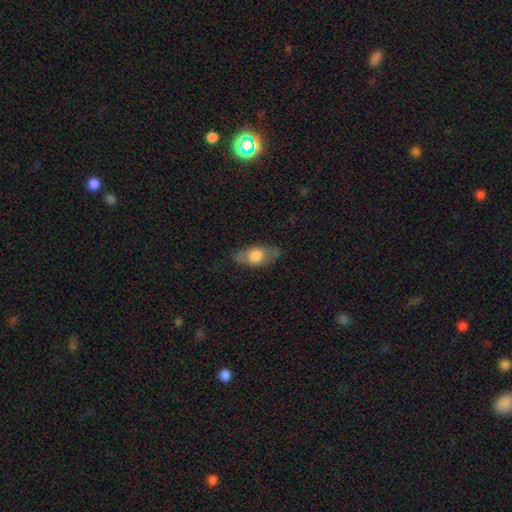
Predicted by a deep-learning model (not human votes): Morphology: type=smooth (63%); roundness=in between (84%); merging=none (74%).